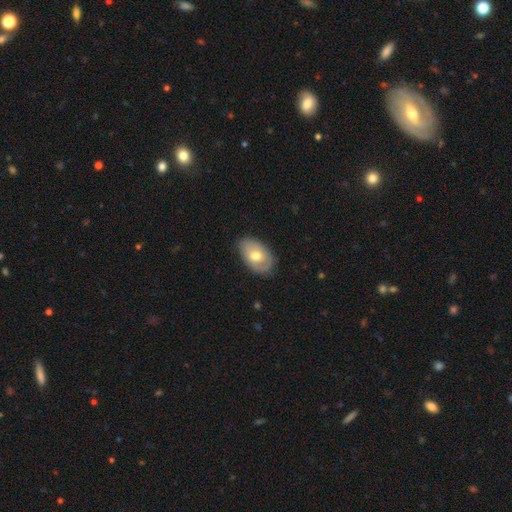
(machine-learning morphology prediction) This is possibly a smooth galaxy (56%). How rounded: clearly in between (88%). Merging: likely none (77%).